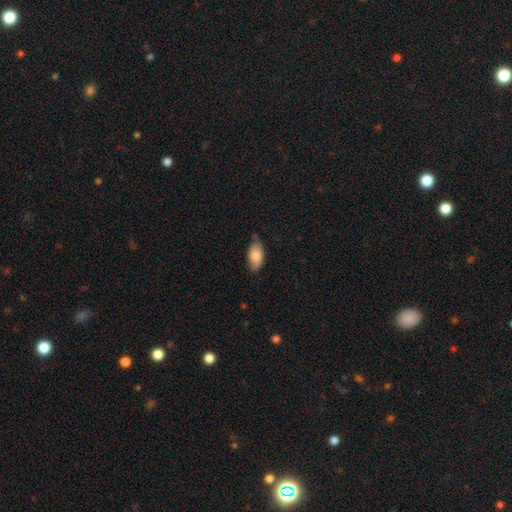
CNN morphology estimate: type=smooth (84%); roundness=in between (92%); merging=none (70%).